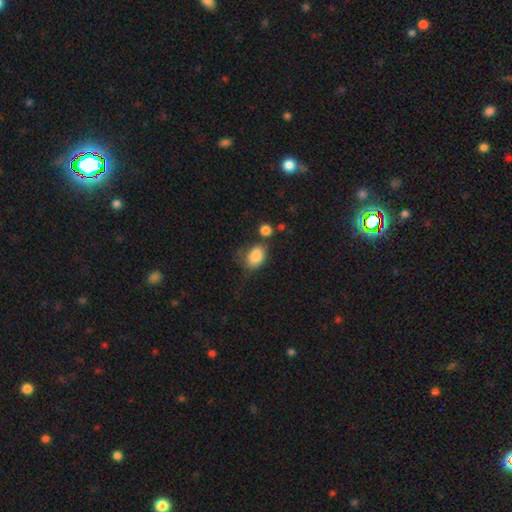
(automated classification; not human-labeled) smooth 86%, star or artifact 8%, featured or disk 6%. Down the decision tree: how rounded — in between (79%); merging — none (50%).